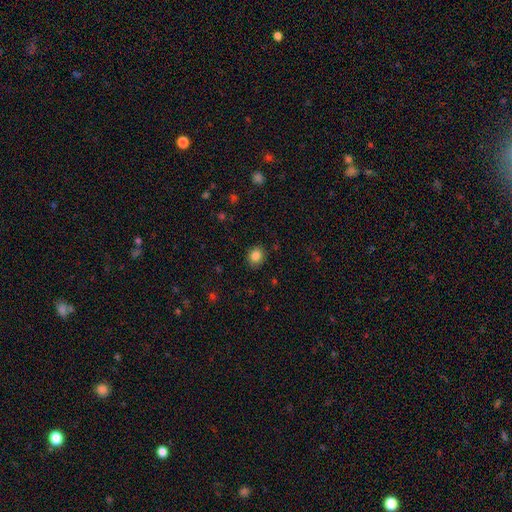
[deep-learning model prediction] A smooth galaxy with no disk features (85%) that is round (67%). Merging: none (87%).